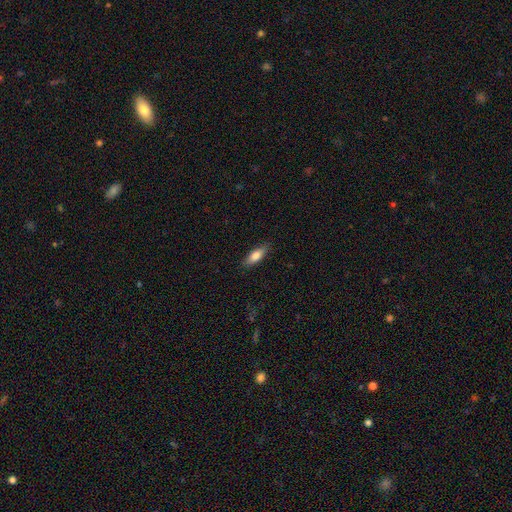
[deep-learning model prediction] A smooth galaxy with no disk features (79%) that is in between round and cigar-shaped (63%). Merging: none (86%).